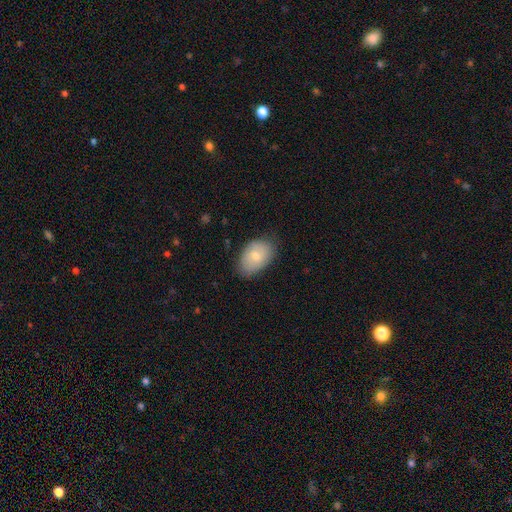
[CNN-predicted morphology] This appears to be a smooth galaxy with no disk features (73%) that is in between round and cigar-shaped (88%). Merging: none (72%).